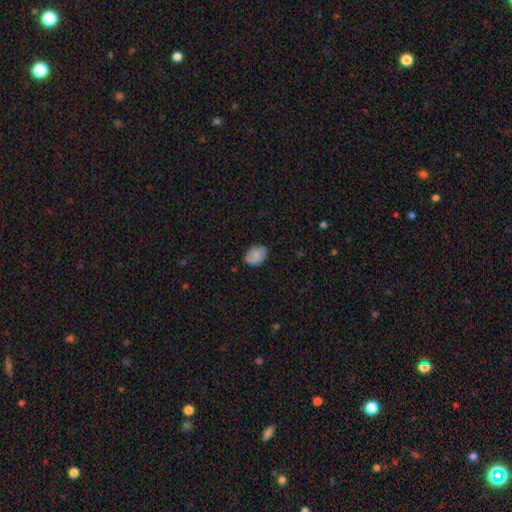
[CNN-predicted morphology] A smooth galaxy with no disk features (81%) that is in between round and cigar-shaped (80%).

Vote fractions:
- Smooth or featured? smooth: 81% / featured or disk: 11% / star or artifact: 8%
- How rounded? in between: 80% / round: 19% / cigar-shaped: 1%
- Merging? none: 73% / minor disturbance: 22% / major disturbance: 4% / merger: 1%